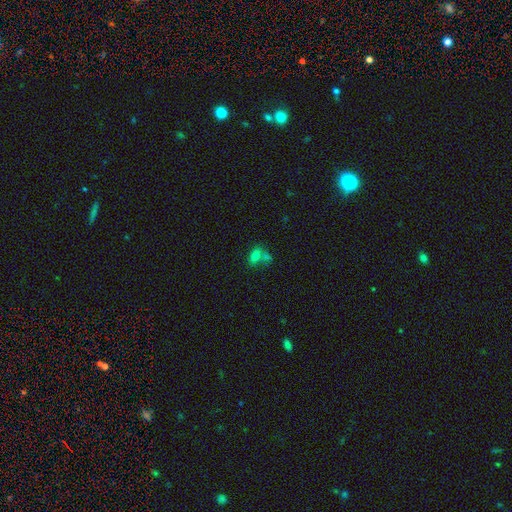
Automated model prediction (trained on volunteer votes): smooth 70%, star or artifact 17%, featured or disk 13%. Down the decision tree: how rounded — in between (79%); merging — merger (41%).